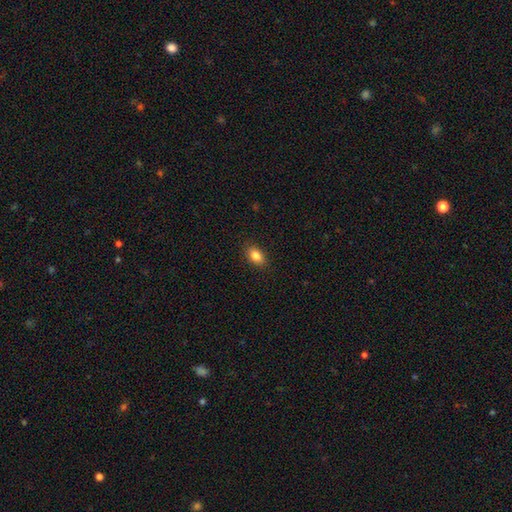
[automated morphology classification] Smooth or featured: smooth — 85% (star or artifact — 9%)
How rounded: in between — 87% (round — 10%)
Merging: none — 88% (minor disturbance — 9%)